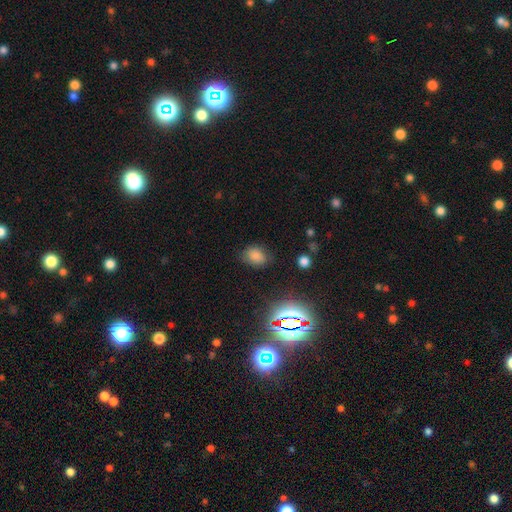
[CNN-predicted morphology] This is likely a smooth galaxy (75%). How rounded: likely in between (67%). Merging: likely none (74%).